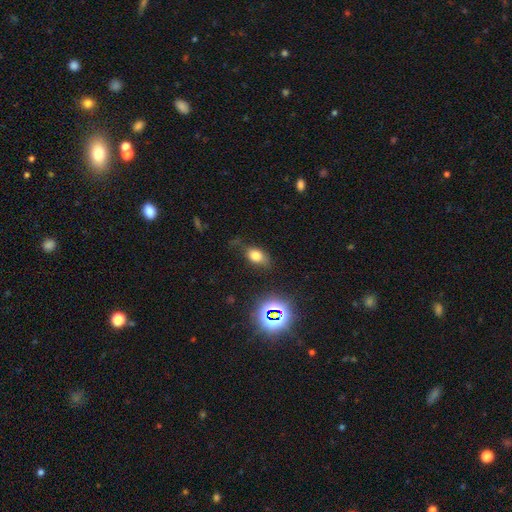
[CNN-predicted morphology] This appears to be a smooth galaxy with no disk features (71%) that is in between round and cigar-shaped (82%). Merging: none (68%).